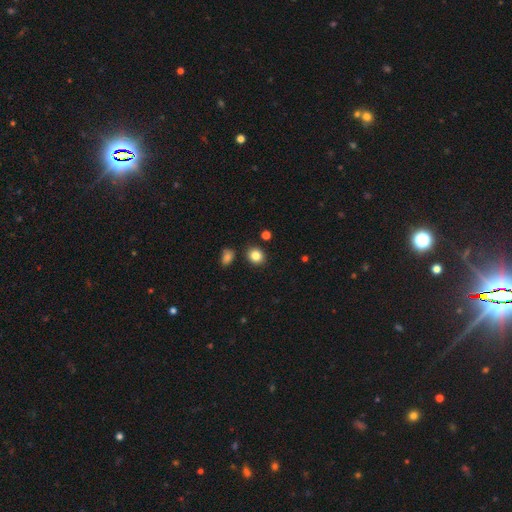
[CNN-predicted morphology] Smooth or featured?
  - smooth: 84% *
  - star or artifact: 11%
  - featured or disk: 5%
How rounded?
  - round: 74% *
  - in between: 25%
  - cigar-shaped: 1%
Merging?
  - none: 86% *
  - minor disturbance: 8%
  - merger: 4%
  - major disturbance: 2%